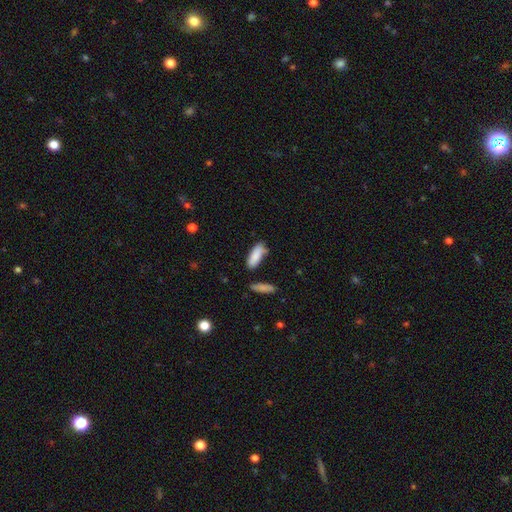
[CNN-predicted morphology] smooth_or_featured: smooth (p=0.86) [alt: featured or disk p=0.08]
how_rounded: in between (p=0.66) [alt: cigar-shaped p=0.32]
merging: none (p=0.68) [alt: minor disturbance p=0.20]